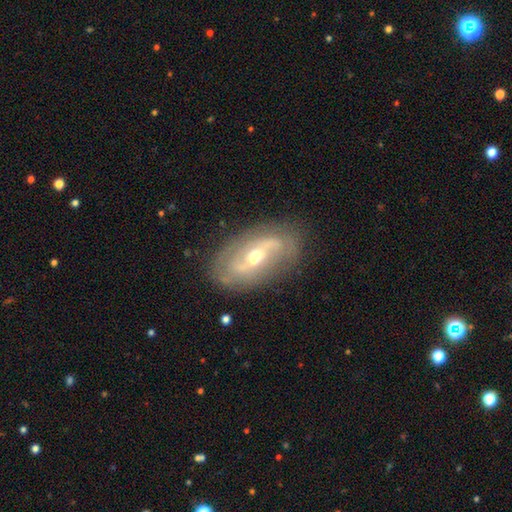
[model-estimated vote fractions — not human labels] Smooth or featured? featured or disk (77%)
Edge-on disk? no (91%)
Bar? weak (43%)
Spiral arms? yes (74%)
Spiral winding? medium (36%)
Spiral arm count? 2 (67%)
Bulge size? moderate (67%)
Merging? none (76%)